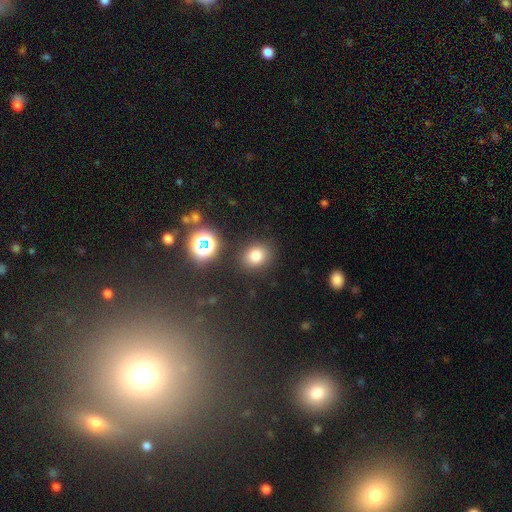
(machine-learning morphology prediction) Q: Smooth or featured?
A: smooth (77%); runner-up: star or artifact (16%)
Q: How rounded?
A: round (63%); runner-up: in between (36%)
Q: Merging?
A: none (85%); runner-up: minor disturbance (9%)